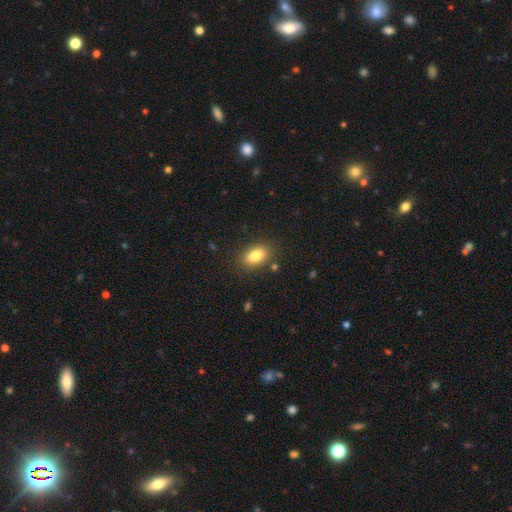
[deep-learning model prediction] smooth_or_featured: smooth (p=0.84) [alt: star or artifact p=0.08]
how_rounded: in between (p=0.88) [alt: round p=0.09]
merging: none (p=0.84) [alt: minor disturbance p=0.11]